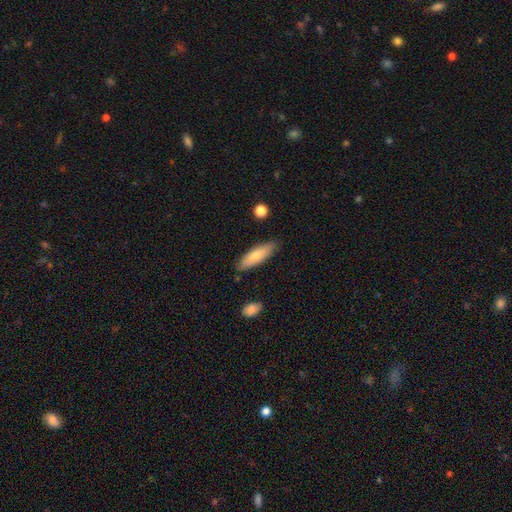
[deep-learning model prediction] This is likely a smooth galaxy (76%). How rounded: possibly cigar-shaped (53%). Merging: clearly none (83%).